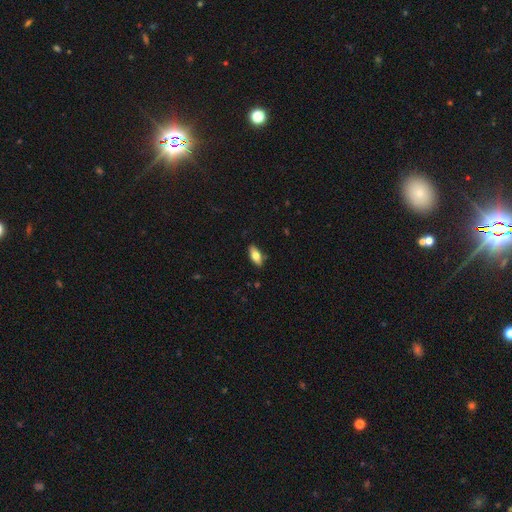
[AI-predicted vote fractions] smooth 70%, featured or disk 24%, star or artifact 7%. Down the decision tree: how rounded — in between (83%); merging — none (86%).